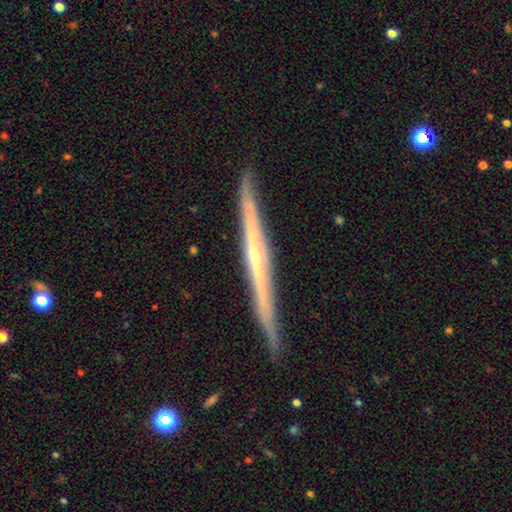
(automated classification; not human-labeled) featured or disk 77%, smooth 18%, star or artifact 5%. Down the decision tree: edge-on disk — yes (98%); edge-on bulge — none (53%); merging — none (89%).